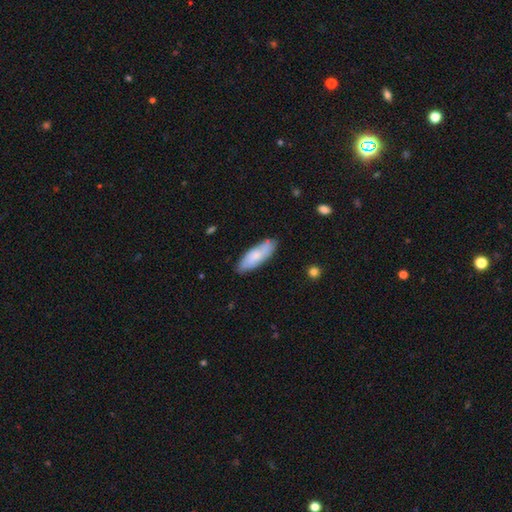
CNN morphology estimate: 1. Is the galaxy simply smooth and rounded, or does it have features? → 69% smooth, 25% featured or disk, 6% star or artifact.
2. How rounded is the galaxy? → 65% in between, 34% cigar-shaped, 2% round.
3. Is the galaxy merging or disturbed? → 81% none, 15% minor disturbance, 2% major disturbance, 1% merger.